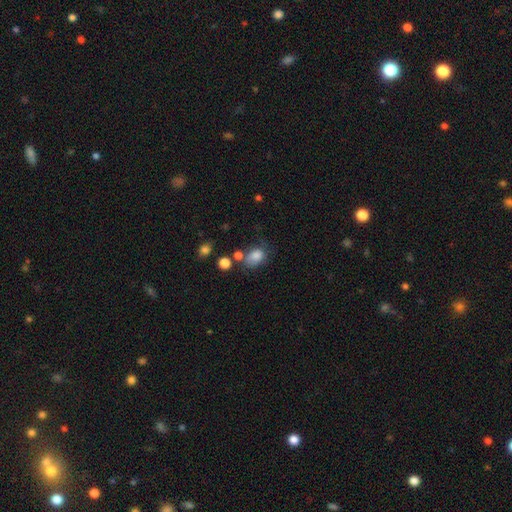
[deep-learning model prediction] Smooth or featured?
  - smooth: 80% *
  - star or artifact: 11%
  - featured or disk: 10%
How rounded?
  - in between: 69% *
  - round: 30%
  - cigar-shaped: 1%
Merging?
  - none: 47% *
  - minor disturbance: 26%
  - major disturbance: 14%
  - merger: 13%